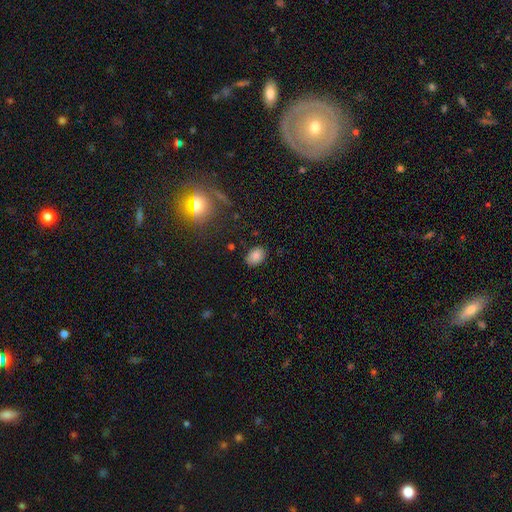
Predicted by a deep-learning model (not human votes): Overall: smooth (82%). How rounded: in between (83%). Merging: none (84%).